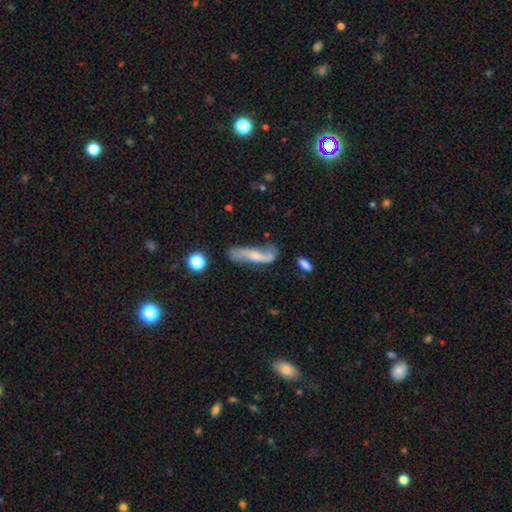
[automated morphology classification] Smooth or featured? Predicted: featured or disk (p=0.56). Edge-on disk? Predicted: no (p=0.68). Merging? Predicted: none (p=0.47).